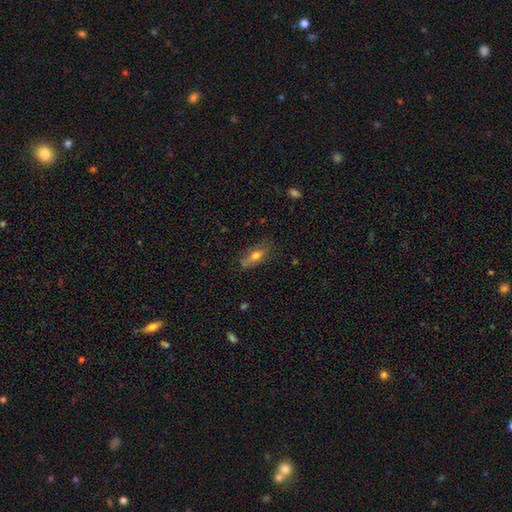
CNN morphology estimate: Q: Smooth or featured?
A: smooth (60%); runner-up: featured or disk (32%)
Q: How rounded?
A: in between (63%); runner-up: cigar-shaped (33%)
Q: Merging?
A: none (70%); runner-up: minor disturbance (21%)